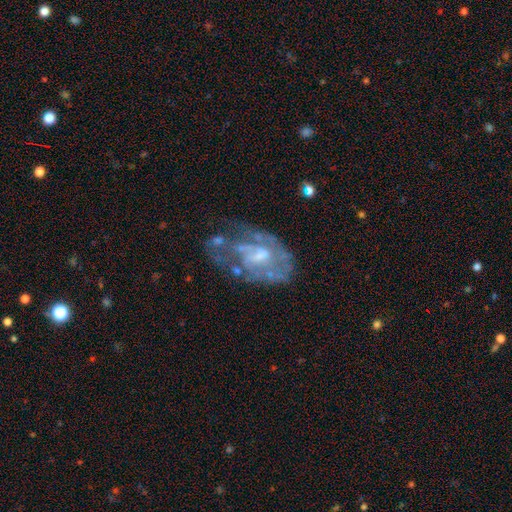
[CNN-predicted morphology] type=featured or disk (72%); edge-on=no (96%); bar=no (64%); spiral arms=yes (51%); bulge=moderate (46%); merging=none (43%).